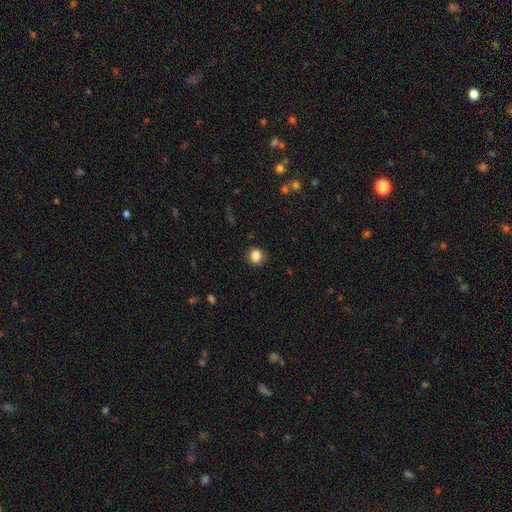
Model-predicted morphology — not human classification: smooth_or_featured: smooth (p=0.85) [alt: star or artifact p=0.10]
how_rounded: round (p=0.70) [alt: in between p=0.29]
merging: none (p=0.86) [alt: minor disturbance p=0.10]